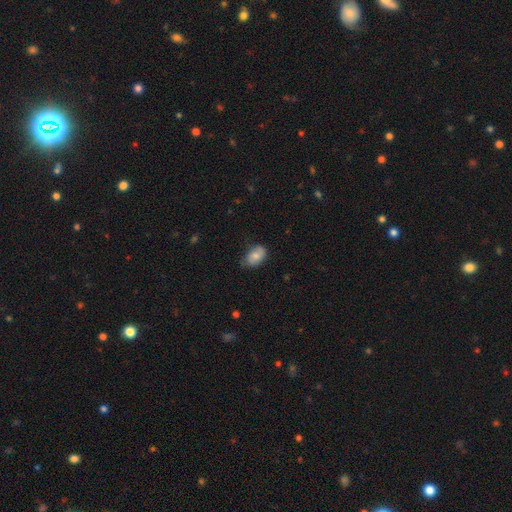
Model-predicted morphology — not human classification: Smooth or featured? Predicted: smooth (p=0.77). How rounded? Predicted: in between (p=0.88). Merging? Predicted: none (p=0.65).